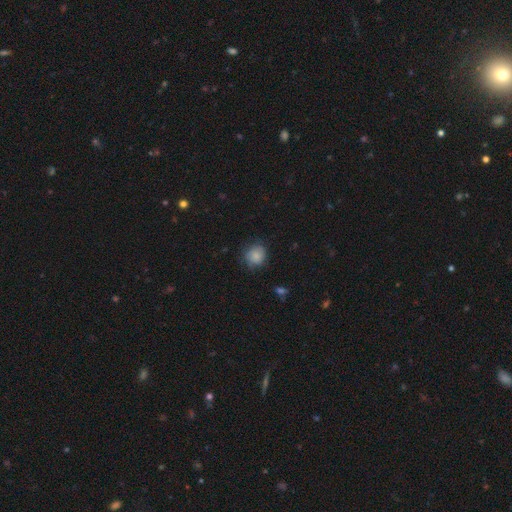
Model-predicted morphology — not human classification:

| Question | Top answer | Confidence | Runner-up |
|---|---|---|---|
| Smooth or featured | smooth | 79% | featured or disk (13%) |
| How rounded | round | 83% | in between (16%) |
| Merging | none | 70% | minor disturbance (23%) |